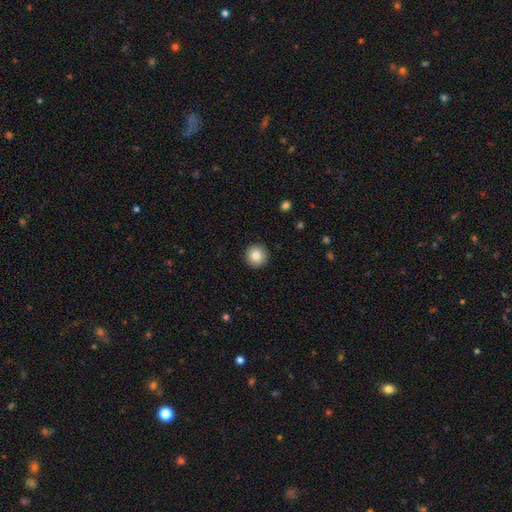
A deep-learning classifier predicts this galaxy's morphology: This is clearly a smooth galaxy (85%). How rounded: clearly round (96%). Merging: clearly none (93%).